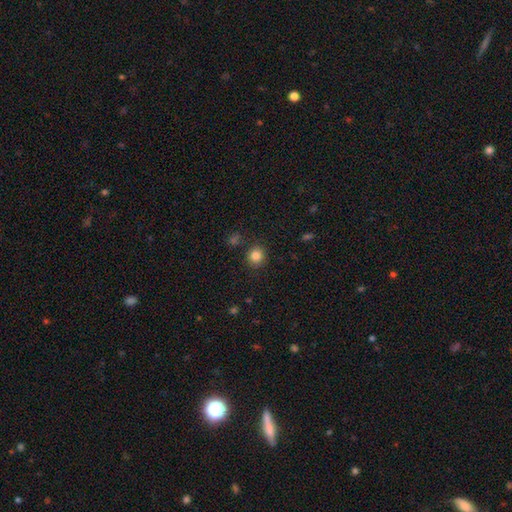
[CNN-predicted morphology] This is clearly a smooth galaxy (84%). How rounded: clearly round (86%). Merging: clearly none (87%).